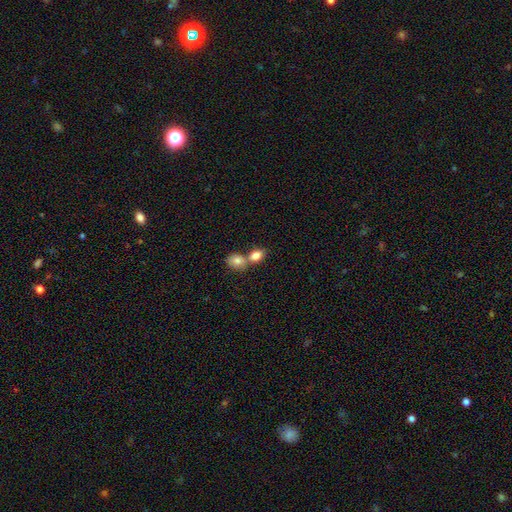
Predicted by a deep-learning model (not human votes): A smooth galaxy with no disk features (82%) that is in between round and cigar-shaped (65%). Merging: merger (53%).